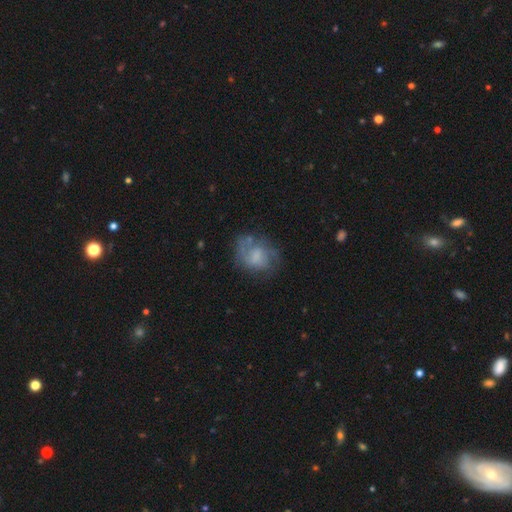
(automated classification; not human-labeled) smooth_or_featured: featured or disk (p=0.55) [alt: smooth p=0.36]
disk_edge_on: no (p=0.98) [alt: yes p=0.02]
bar: no (p=0.60) [alt: weak p=0.34]
has_spiral_arms: yes (p=0.75) [alt: no p=0.25]
bulge_size: none (p=0.37) [alt: moderate p=0.26]
merging: none (p=0.57) [alt: minor disturbance p=0.23]